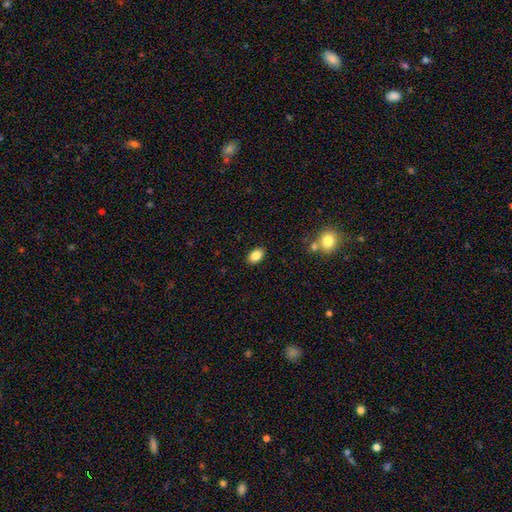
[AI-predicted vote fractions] smooth-or-featured: smooth: 86% | star or artifact: 8% | featured or disk: 6%
  how-rounded: in between: 89% | round: 9% | cigar-shaped: 2%
  merging: none: 88% | minor disturbance: 8% | major disturbance: 2% | merger: 2%